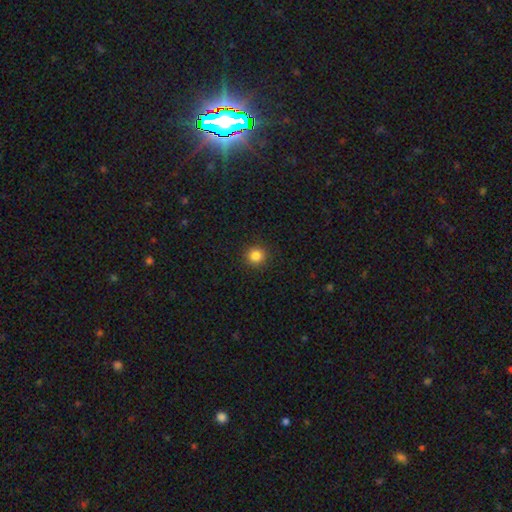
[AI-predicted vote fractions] Smooth or featured?
  - smooth: 84% *
  - star or artifact: 12%
  - featured or disk: 4%
How rounded?
  - round: 94% *
  - in between: 5%
  - cigar-shaped: 1%
Merging?
  - none: 92% *
  - minor disturbance: 5%
  - major disturbance: 2%
  - merger: 1%